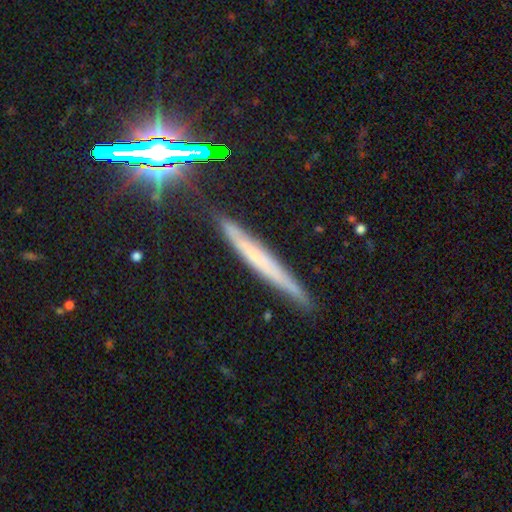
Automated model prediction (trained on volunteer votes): This appears to be a featured or disk galaxy (45%). Merging: none (85%).